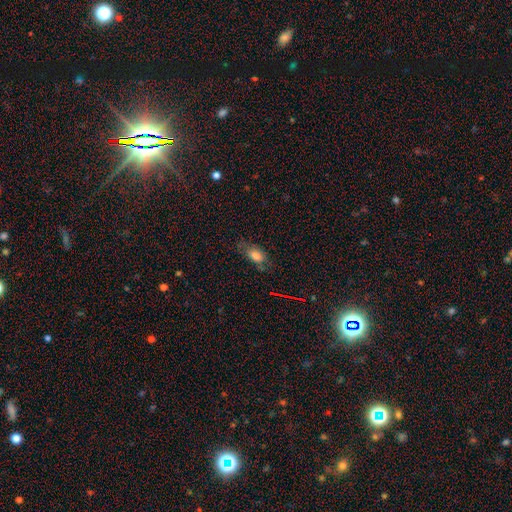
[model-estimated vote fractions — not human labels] smooth 73%, featured or disk 16%, star or artifact 12%. Down the decision tree: how rounded — in between (84%); merging — none (66%).